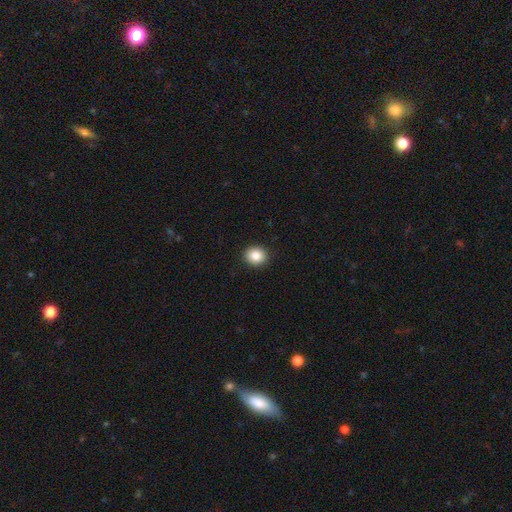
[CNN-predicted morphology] Smooth or featured: smooth — 86% (star or artifact — 9%)
How rounded: round — 79% (in between — 20%)
Merging: none — 92% (minor disturbance — 5%)